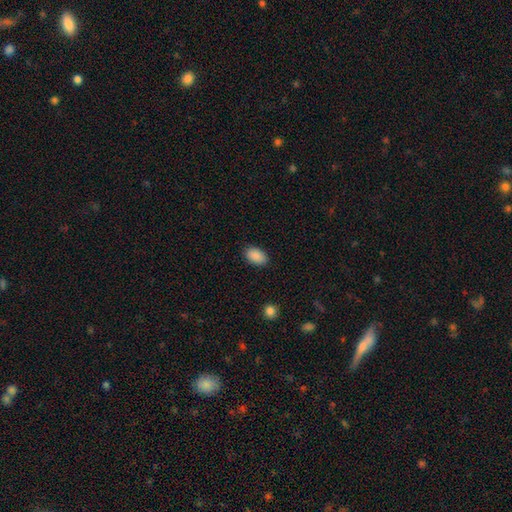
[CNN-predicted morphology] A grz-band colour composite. It shows a smooth galaxy with no disk features (90%) that is in between round and cigar-shaped (92%). Merging: none (88%).